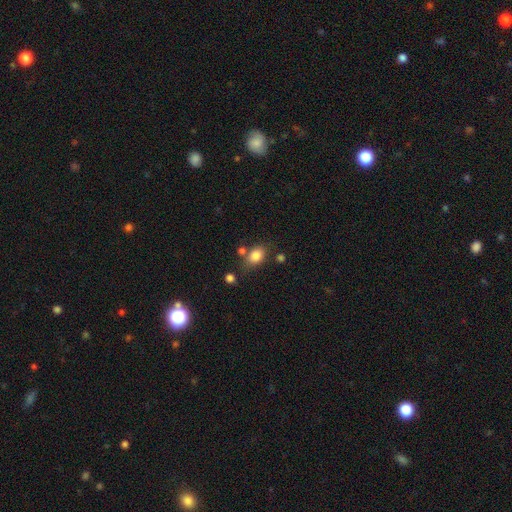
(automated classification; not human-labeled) Smooth or featured: smooth — 82% (star or artifact — 10%)
How rounded: in between — 73% (round — 25%)
Merging: none — 69% (minor disturbance — 16%)